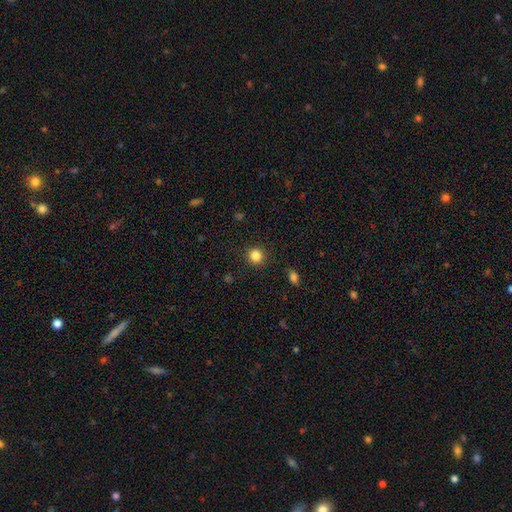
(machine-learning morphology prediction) This appears to be a smooth galaxy with no disk features (85%) that is round (92%). Merging: none (91%).